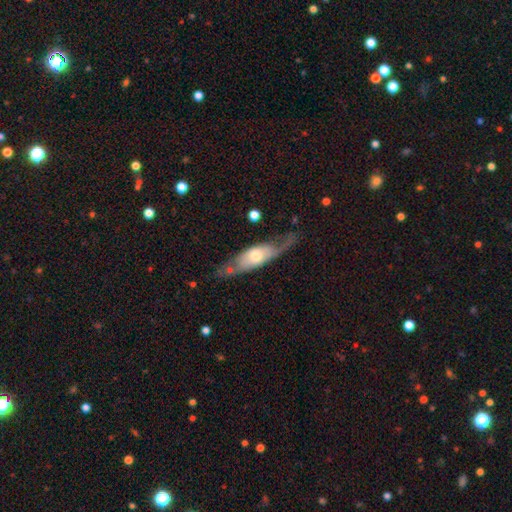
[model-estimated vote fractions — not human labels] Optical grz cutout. It shows a featured or disk galaxy (58%). Merging: none (53%).